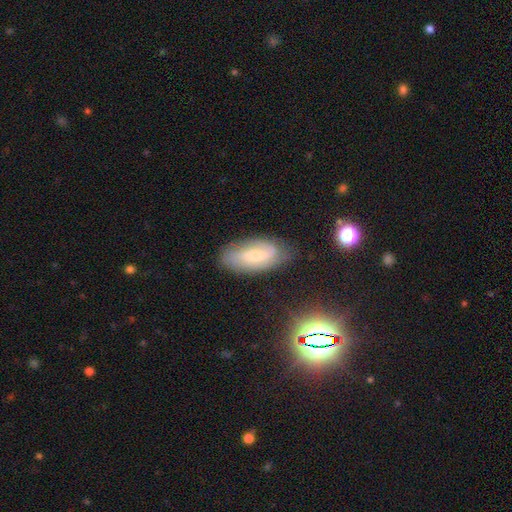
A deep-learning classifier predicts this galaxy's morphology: Smooth or featured? featured or disk (54%)
Edge-on disk? no (91%)
Merging? none (72%)